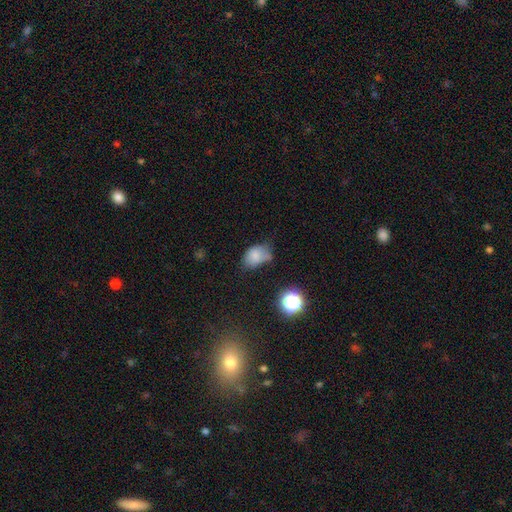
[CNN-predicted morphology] The model was most divided on "merging": none: 41%, minor disturbance: 39%, major disturbance: 13%, merger: 6%. More confident: how rounded — in between (78%); smooth or featured — smooth (74%).